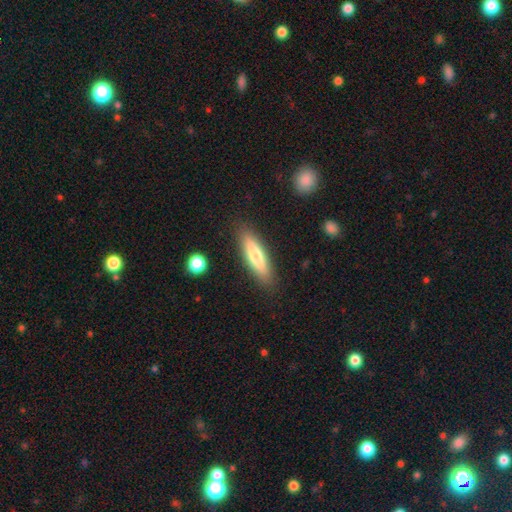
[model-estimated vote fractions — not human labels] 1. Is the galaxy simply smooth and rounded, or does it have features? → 68% smooth, 26% featured or disk, 6% star or artifact.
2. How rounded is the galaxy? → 69% cigar-shaped, 29% in between, 2% round.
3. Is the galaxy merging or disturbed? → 88% none, 9% minor disturbance, 2% major disturbance, 1% merger.